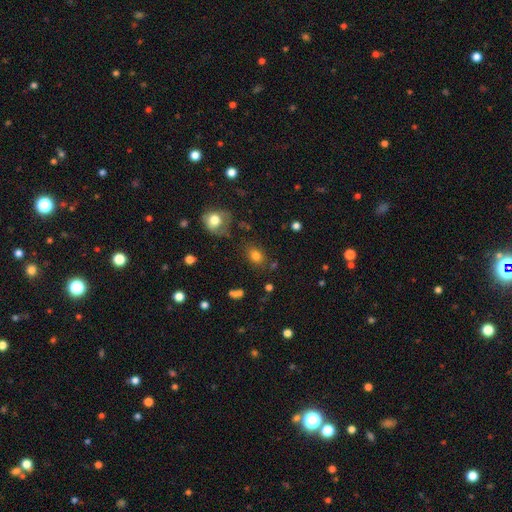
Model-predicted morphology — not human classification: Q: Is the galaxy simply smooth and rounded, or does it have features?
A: smooth — 79%.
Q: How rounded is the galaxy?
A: in between — 55%.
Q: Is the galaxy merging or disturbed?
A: none — 77%.